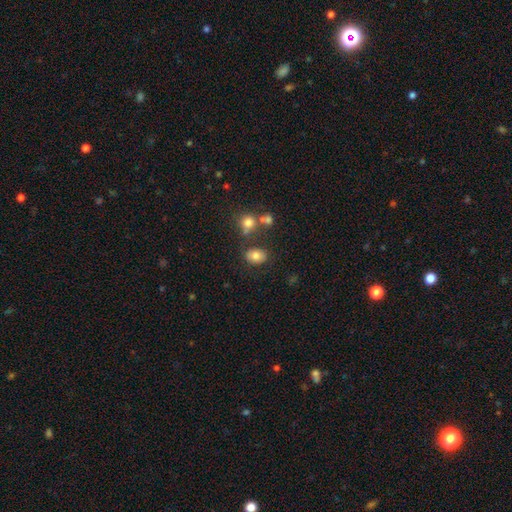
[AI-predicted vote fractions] smooth_or_featured: smooth (p=0.81) [alt: star or artifact p=0.10]
how_rounded: in between (p=0.69) [alt: round p=0.30]
merging: none (p=0.75) [alt: minor disturbance p=0.14]